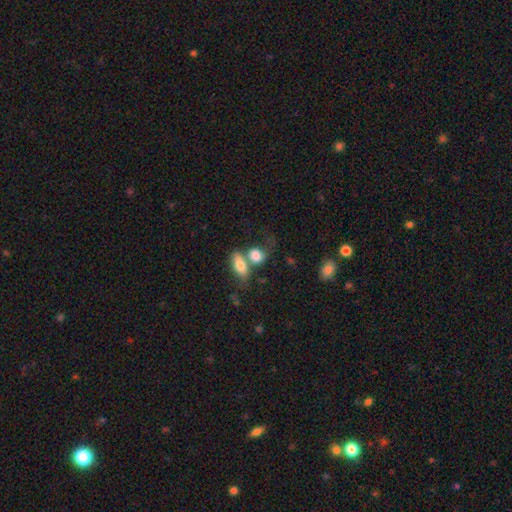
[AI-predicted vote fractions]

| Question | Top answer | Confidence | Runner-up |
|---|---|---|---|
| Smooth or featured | smooth | 80% | featured or disk (12%) |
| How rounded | in between | 66% | round (30%) |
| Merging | merger | 51% | none (28%) |